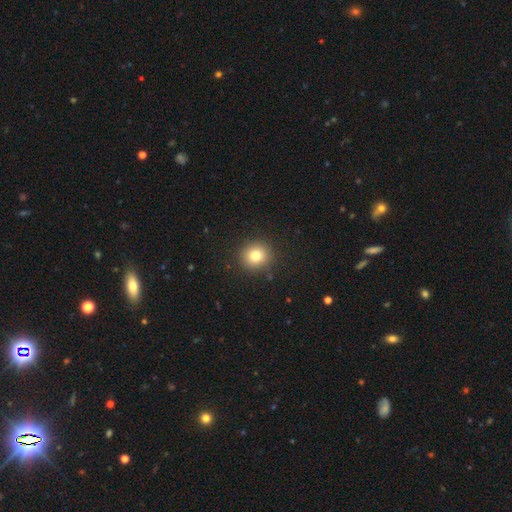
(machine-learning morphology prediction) A smooth galaxy with no disk features (79%) that is round (91%).

Vote fractions:
- Smooth or featured? smooth: 79% / star or artifact: 12% / featured or disk: 8%
- How rounded? round: 91% / in between: 8% / cigar-shaped: 1%
- Merging? none: 90% / minor disturbance: 6% / major disturbance: 2% / merger: 1%